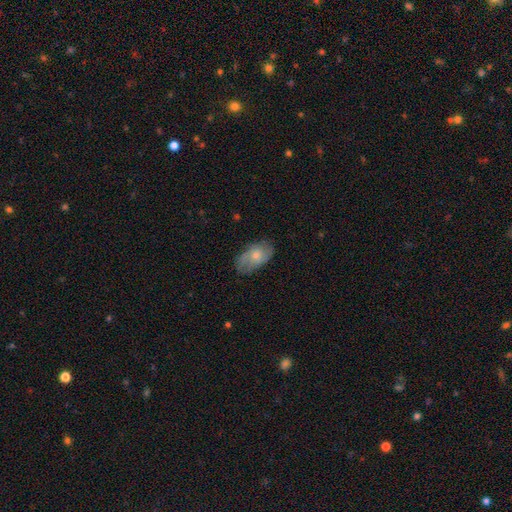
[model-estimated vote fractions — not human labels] smooth-or-featured: smooth: 60% | featured or disk: 34% | star or artifact: 6%
  how-rounded: in between: 91% | round: 7% | cigar-shaped: 2%
  merging: none: 67% | minor disturbance: 24% | major disturbance: 7% | merger: 1%